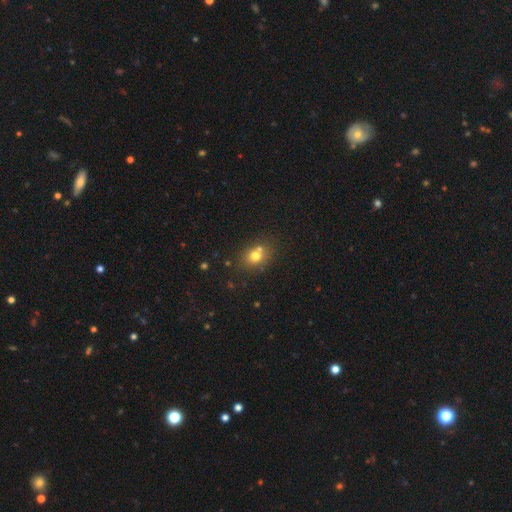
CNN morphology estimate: Smooth or featured? Predicted: smooth (p=0.72). How rounded? Predicted: round (p=0.60). Merging? Predicted: none (p=0.61).